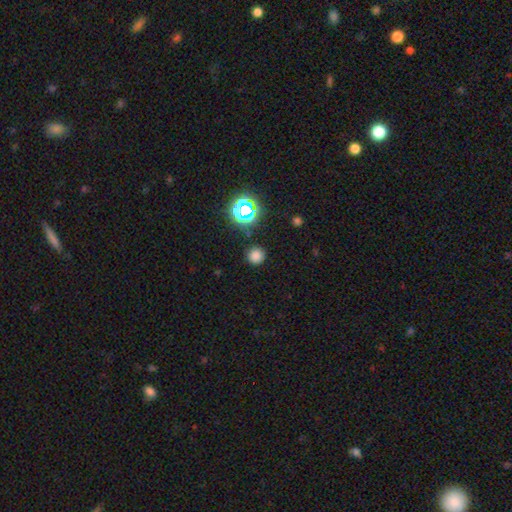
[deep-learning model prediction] This is likely a smooth galaxy (74%). How rounded: clearly round (93%). Merging: clearly none (88%).